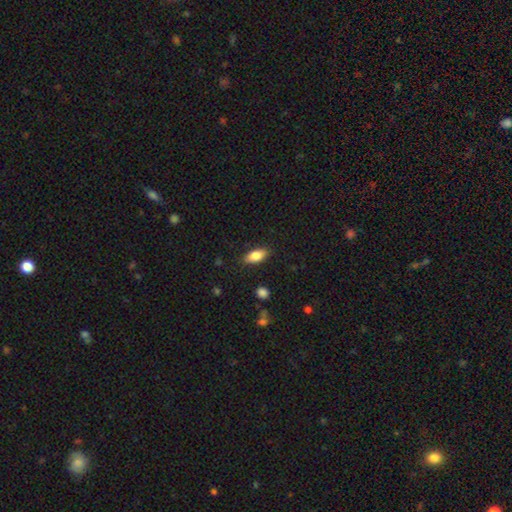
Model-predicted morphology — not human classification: smooth 83%, featured or disk 10%, star or artifact 7%. Down the decision tree: how rounded — in between (86%); merging — none (86%).